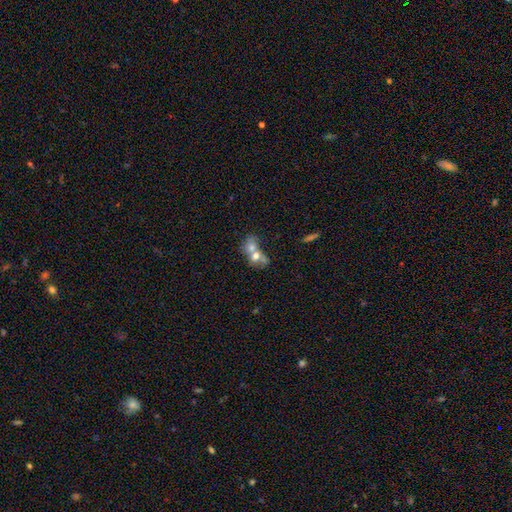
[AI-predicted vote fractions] Morphology: type=smooth (62%); roundness=in between (51%); merging=merger (77%).